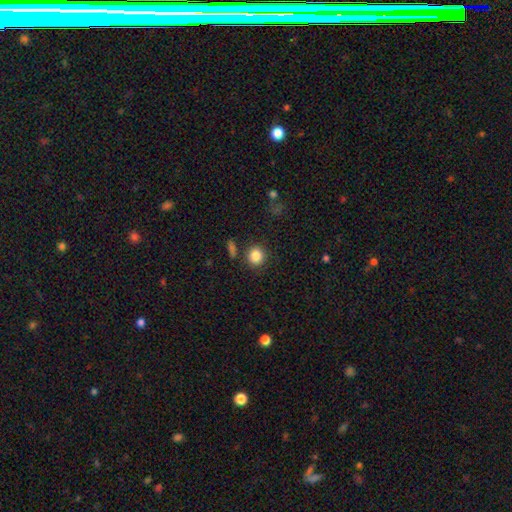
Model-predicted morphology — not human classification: Smooth or featured? smooth (86%)
How rounded? round (85%)
Merging? none (83%)